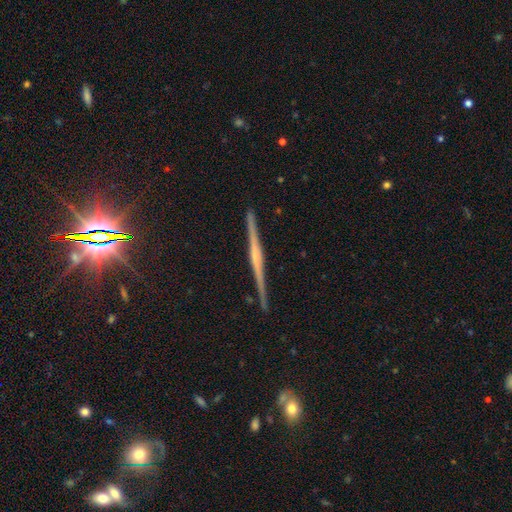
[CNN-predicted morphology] Smooth or featured? featured or disk (77%)
Edge-on disk? yes (98%)
Edge-on bulge? rounded (49%)
Merging? none (91%)